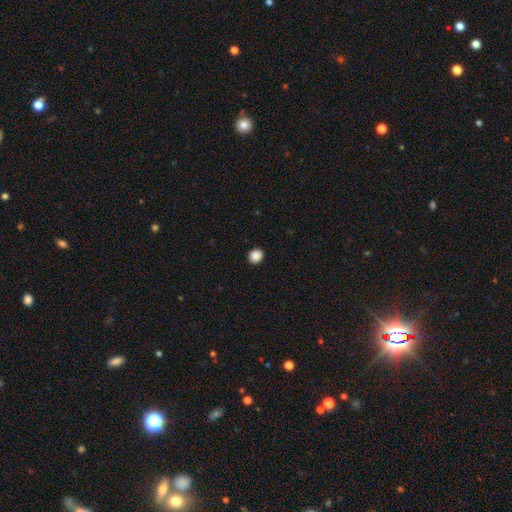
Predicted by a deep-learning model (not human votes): Smooth or featured? Predicted: smooth (p=0.88). How rounded? Predicted: round (p=0.78). Merging? Predicted: none (p=0.92).